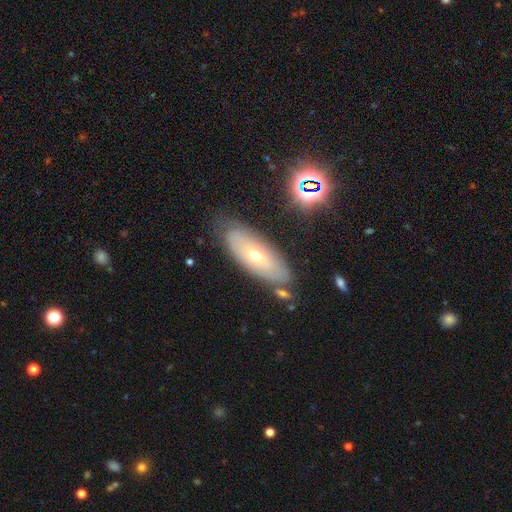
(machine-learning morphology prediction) Q: Smooth or featured?
A: featured or disk (46%); runner-up: smooth (44%)
Q: Merging?
A: none (76%); runner-up: minor disturbance (16%)